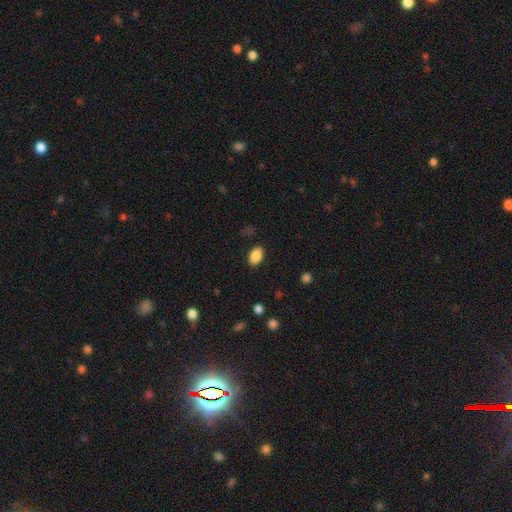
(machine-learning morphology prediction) Q: Smooth or featured?
A: smooth (87%); runner-up: star or artifact (8%)
Q: How rounded?
A: in between (90%); runner-up: round (8%)
Q: Merging?
A: none (86%); runner-up: minor disturbance (10%)